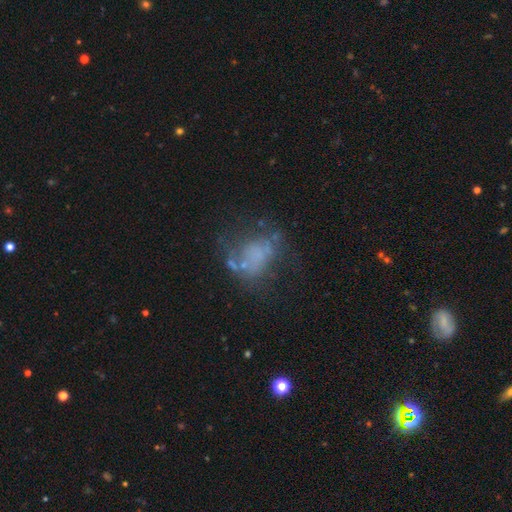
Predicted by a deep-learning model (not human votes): The model was most divided on "merging": none: 40%, major disturbance: 31%, minor disturbance: 20%, merger: 9%. Remaining: smooth or featured — featured or disk (48%).